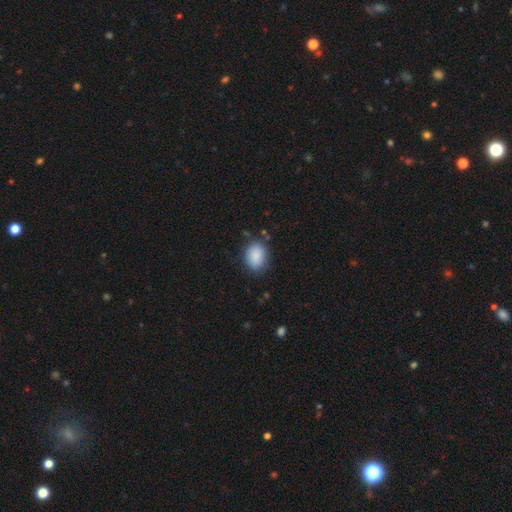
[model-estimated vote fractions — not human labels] A smooth galaxy with no disk features (88%) that is in between round and cigar-shaped (67%). Merging: none (78%).